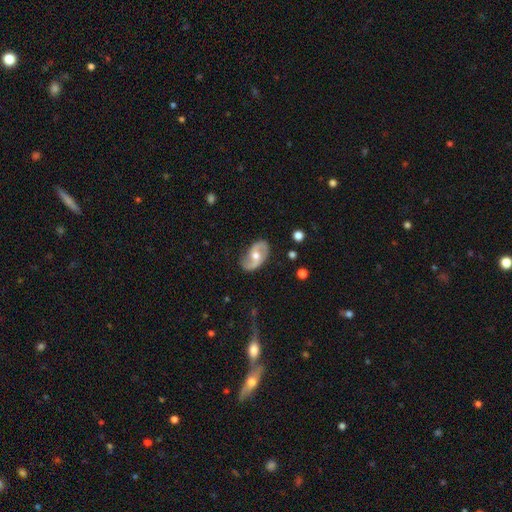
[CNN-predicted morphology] Q: Smooth or featured?
A: featured or disk (79%); runner-up: smooth (16%)
Q: Edge-on disk?
A: no (96%); runner-up: yes (4%)
Q: Bar?
A: no (54%); runner-up: weak (36%)
Q: Spiral arms?
A: yes (90%); runner-up: no (10%)
Q: Spiral winding?
A: loose (52%); runner-up: medium (36%)
Q: Spiral arm count?
A: 2 (90%); runner-up: can't tell (4%)
Q: Bulge size?
A: moderate (76%); runner-up: small (15%)
Q: Merging?
A: none (79%); runner-up: minor disturbance (15%)